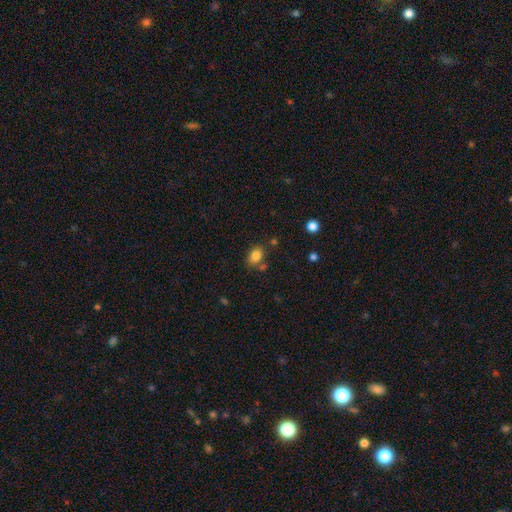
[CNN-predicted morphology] This appears to be a smooth galaxy with no disk features (83%) that is in between round and cigar-shaped (70%). Merging: none (69%).